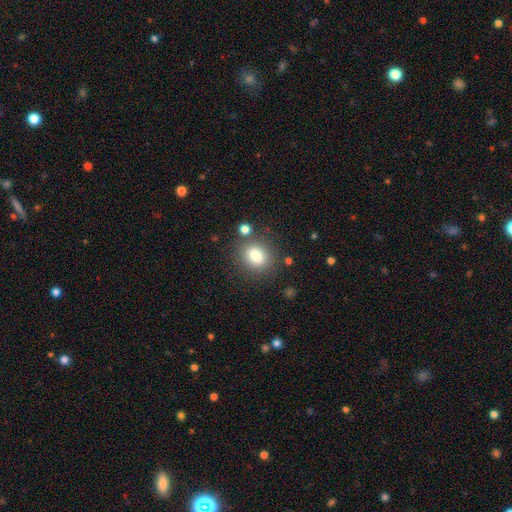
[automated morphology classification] Smooth or featured? Predicted: smooth (p=0.81). How rounded? Predicted: round (p=0.60). Merging? Predicted: none (p=0.79).